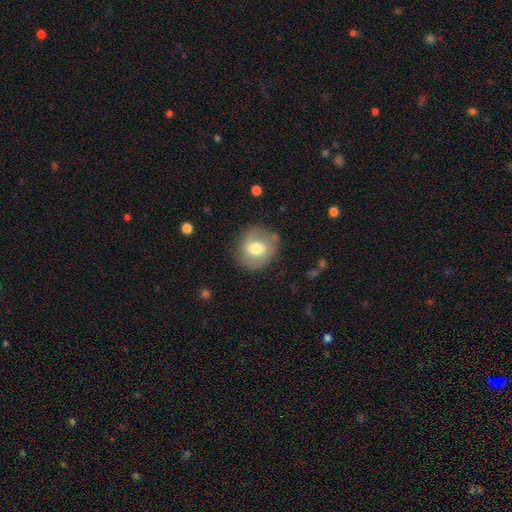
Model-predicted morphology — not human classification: Q: Smooth or featured?
A: smooth (55%); runner-up: star or artifact (23%)
Q: How rounded?
A: round (83%); runner-up: in between (16%)
Q: Merging?
A: none (85%); runner-up: minor disturbance (9%)